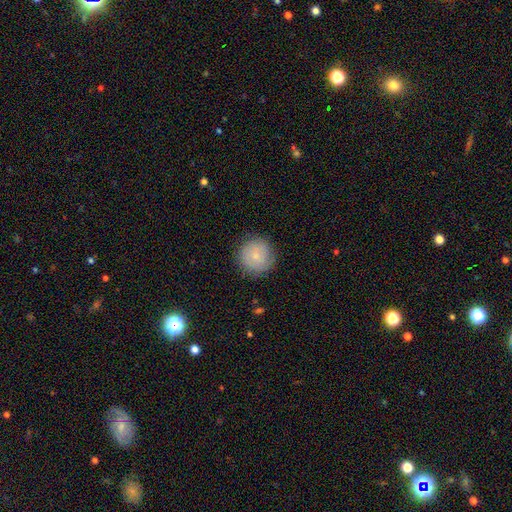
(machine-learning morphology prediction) smooth 73%, featured or disk 19%, star or artifact 7%. Down the decision tree: how rounded — round (95%); merging — none (85%).